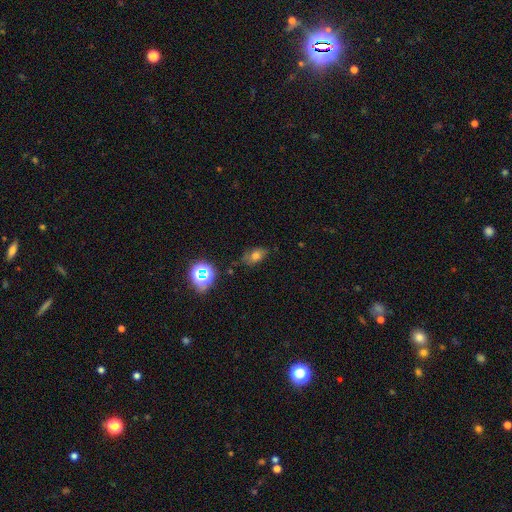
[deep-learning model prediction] A smooth galaxy with no disk features (62%) that is in between round and cigar-shaped (79%).

Vote fractions:
- Smooth or featured? smooth: 62% / star or artifact: 21% / featured or disk: 17%
- How rounded? in between: 79% / round: 18% / cigar-shaped: 3%
- Merging? none: 62% / minor disturbance: 26% / major disturbance: 8% / merger: 3%